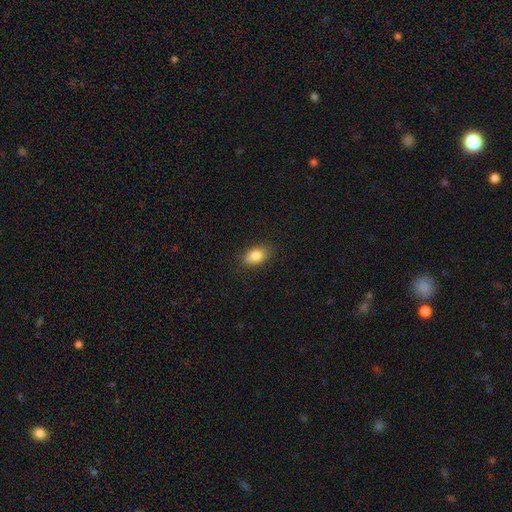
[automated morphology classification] Smooth or featured? smooth (83%)
How rounded? in between (85%)
Merging? none (82%)